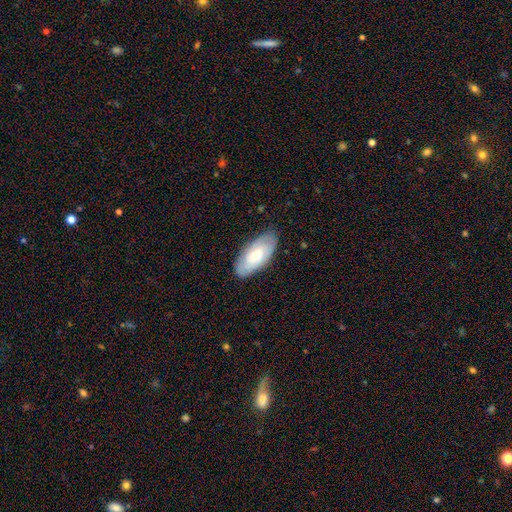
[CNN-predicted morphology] Smooth or featured: smooth — 60% (featured or disk — 34%)
How rounded: in between — 90% (cigar-shaped — 8%)
Merging: none — 83% (minor disturbance — 13%)